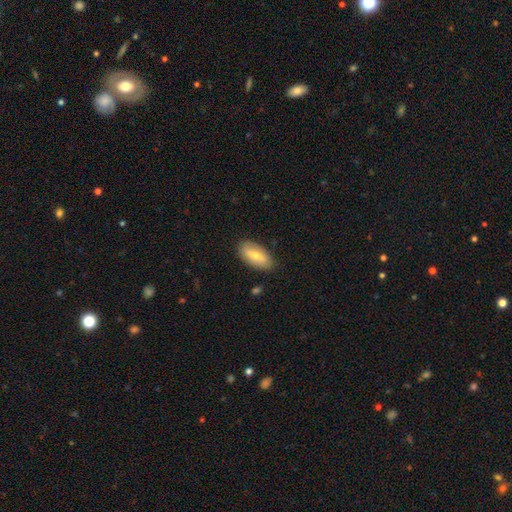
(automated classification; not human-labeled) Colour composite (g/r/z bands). It shows a smooth galaxy with no disk features (67%) that is in between round and cigar-shaped (91%). Merging: none (85%).